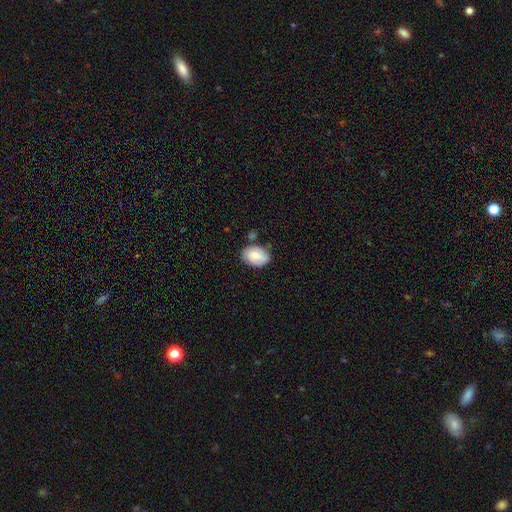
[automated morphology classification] Q: Smooth or featured?
A: smooth (80%); runner-up: featured or disk (13%)
Q: How rounded?
A: in between (81%); runner-up: round (18%)
Q: Merging?
A: none (67%); runner-up: minor disturbance (22%)